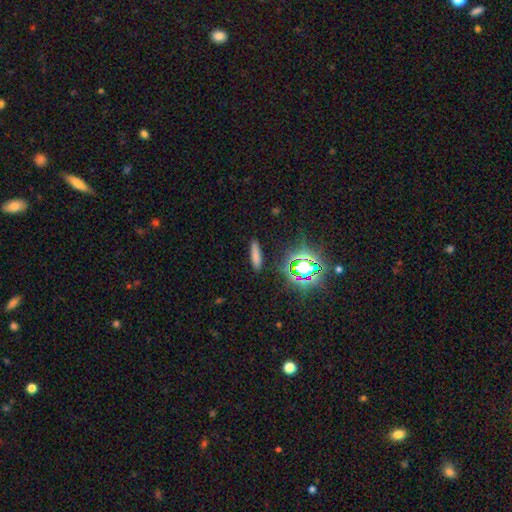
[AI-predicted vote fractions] Smooth or featured? smooth (70%)
How rounded? cigar-shaped (73%)
Merging? none (87%)